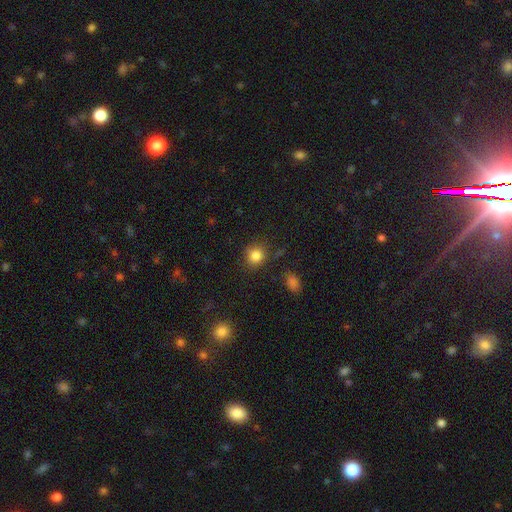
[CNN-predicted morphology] Smooth or featured? smooth (84%)
How rounded? round (85%)
Merging? none (83%)